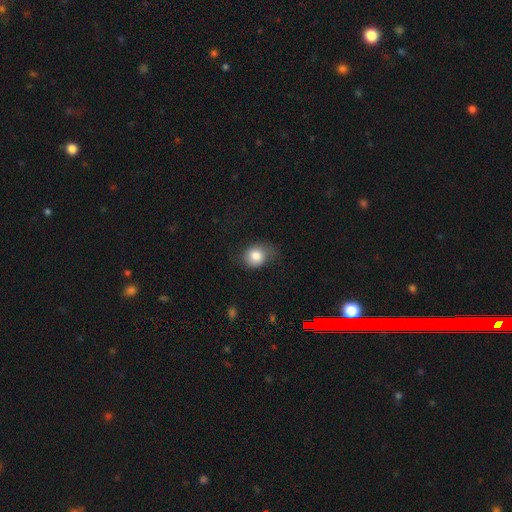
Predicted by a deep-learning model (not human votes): smooth 79%, featured or disk 12%, star or artifact 9%. Down the decision tree: how rounded — round (60%); merging — none (59%).